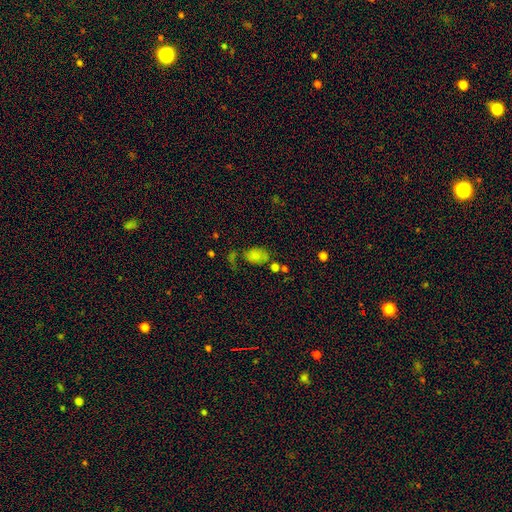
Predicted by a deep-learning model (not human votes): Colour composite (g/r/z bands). It shows a smooth galaxy with no disk features (73%) that is in between round and cigar-shaped (79%). Merging: none (45%).